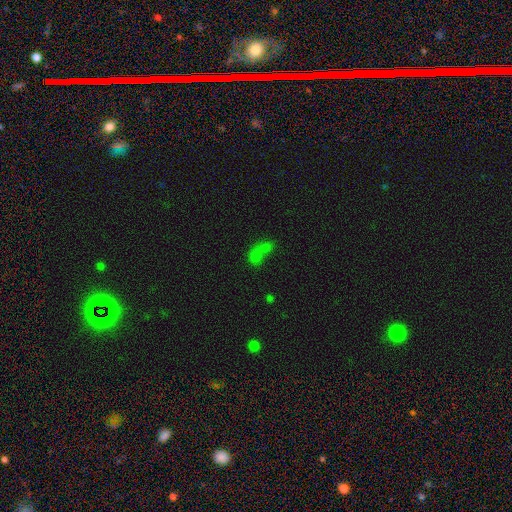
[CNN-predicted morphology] Smooth or featured: smooth — 62% (star or artifact — 24%)
How rounded: in between — 69% (round — 26%)
Merging: merger — 60% (none — 22%)